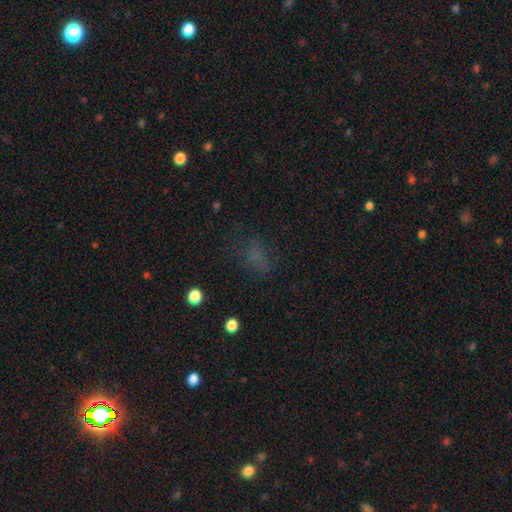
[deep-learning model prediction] smooth-or-featured: smooth: 59% | star or artifact: 28% | featured or disk: 14%
  how-rounded: in between: 72% | round: 23% | cigar-shaped: 4%
  merging: none: 58% | minor disturbance: 20% | major disturbance: 19% | merger: 3%